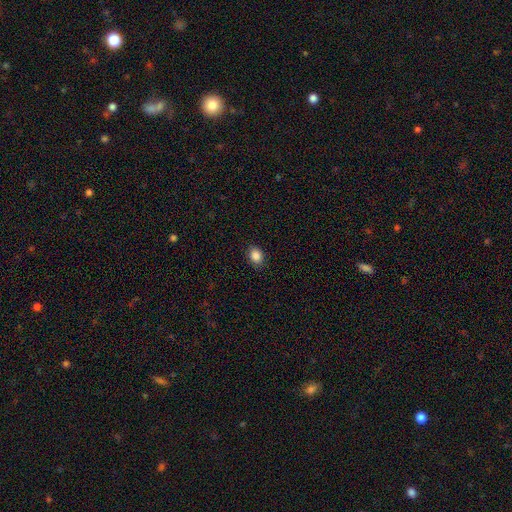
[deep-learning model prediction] smooth_or_featured: smooth (p=0.87) [alt: star or artifact p=0.09]
how_rounded: in between (p=0.56) [alt: round p=0.43]
merging: none (p=0.88) [alt: minor disturbance p=0.09]